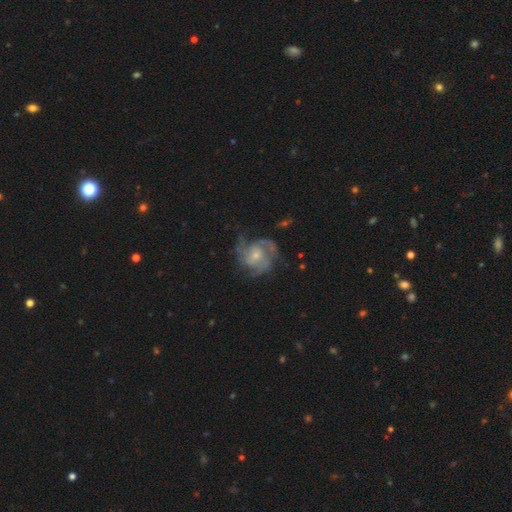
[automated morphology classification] Smooth or featured: featured or disk — 77% (smooth — 17%)
Edge-on disk: no — 98% (yes — 2%)
Bar: no — 73% (weak — 23%)
Spiral arms: yes — 86% (no — 14%)
Spiral winding: medium — 46% (tight — 35%)
Spiral arm count: 3 — 29% (can't tell — 27%)
Bulge size: small — 65% (moderate — 29%)
Merging: none — 51% (major disturbance — 24%)